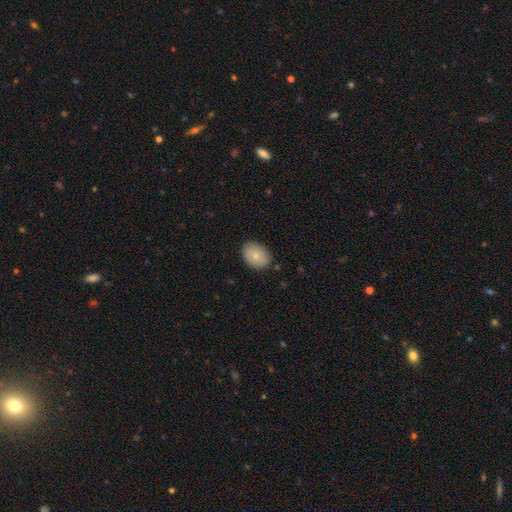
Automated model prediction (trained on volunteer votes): A smooth galaxy with no disk features (80%) that is in between round and cigar-shaped (75%).

Vote fractions:
- Smooth or featured? smooth: 80% / featured or disk: 13% / star or artifact: 7%
- How rounded? in between: 75% / round: 24% / cigar-shaped: 1%
- Merging? none: 83% / minor disturbance: 13% / major disturbance: 2% / merger: 1%